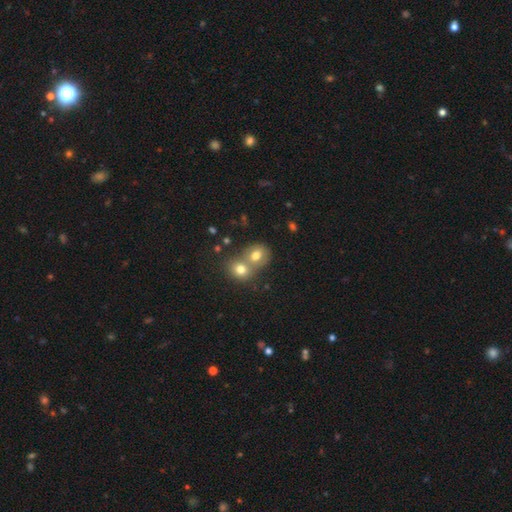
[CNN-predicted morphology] A smooth galaxy with no disk features (73%) that is round (66%).

Vote fractions:
- Smooth or featured? smooth: 73% / featured or disk: 15% / star or artifact: 12%
- How rounded? round: 66% / in between: 33% / cigar-shaped: 1%
- Merging? merger: 62% / none: 29% / minor disturbance: 6% / major disturbance: 3%